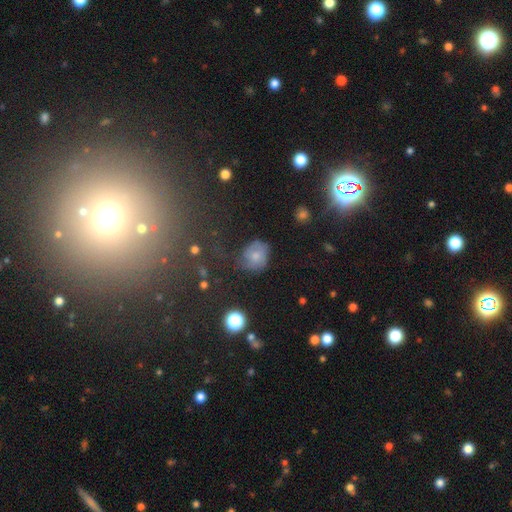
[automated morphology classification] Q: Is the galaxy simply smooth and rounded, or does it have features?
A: smooth — 56%.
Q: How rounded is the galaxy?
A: round — 60%.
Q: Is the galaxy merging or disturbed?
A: none — 47%.